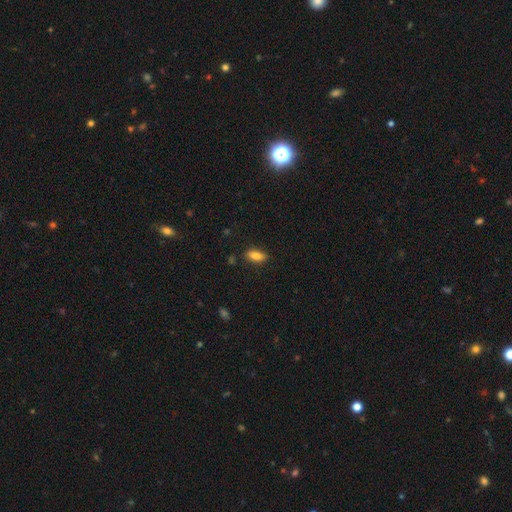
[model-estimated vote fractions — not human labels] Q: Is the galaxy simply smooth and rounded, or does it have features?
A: smooth — 83%.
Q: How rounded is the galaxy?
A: in between — 85%.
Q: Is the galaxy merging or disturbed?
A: none — 85%.